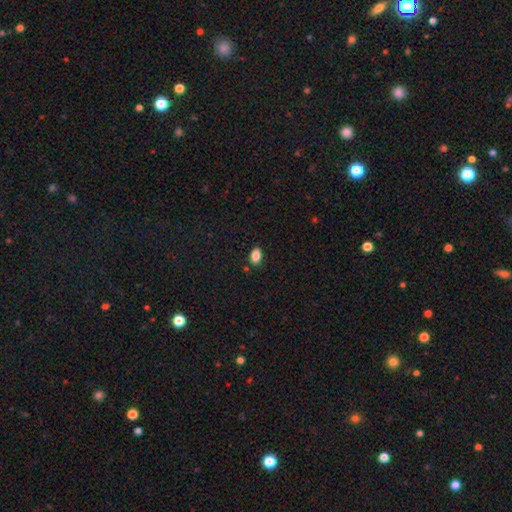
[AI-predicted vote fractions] Q: Smooth or featured?
A: smooth (86%); runner-up: star or artifact (9%)
Q: How rounded?
A: in between (89%); runner-up: round (10%)
Q: Merging?
A: none (85%); runner-up: minor disturbance (11%)